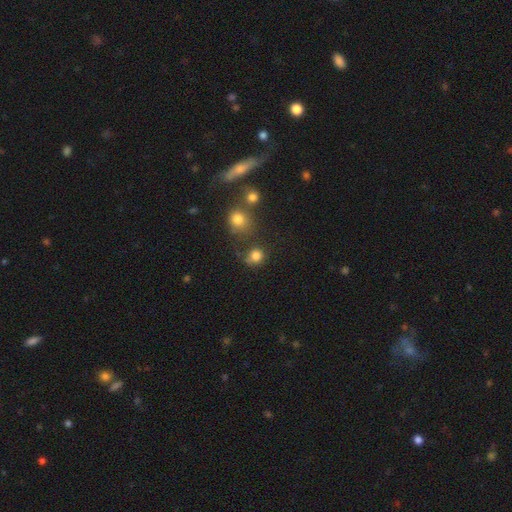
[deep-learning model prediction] smooth 80%, star or artifact 14%, featured or disk 6%. Down the decision tree: how rounded — round (82%); merging — none (63%).